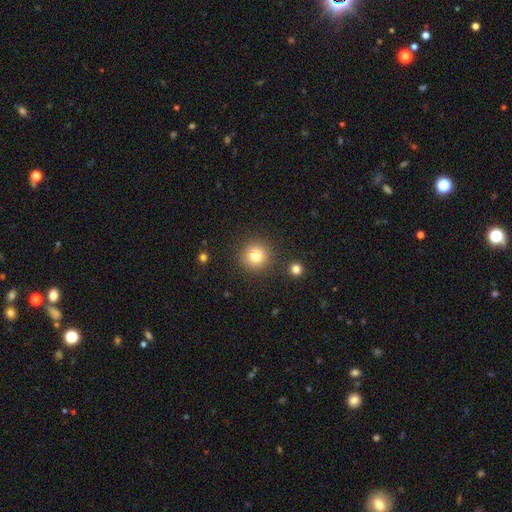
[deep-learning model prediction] Smooth or featured?
  - smooth: 78% *
  - star or artifact: 13%
  - featured or disk: 8%
How rounded?
  - round: 94% *
  - in between: 5%
  - cigar-shaped: 1%
Merging?
  - none: 88% *
  - minor disturbance: 6%
  - merger: 3%
  - major disturbance: 3%